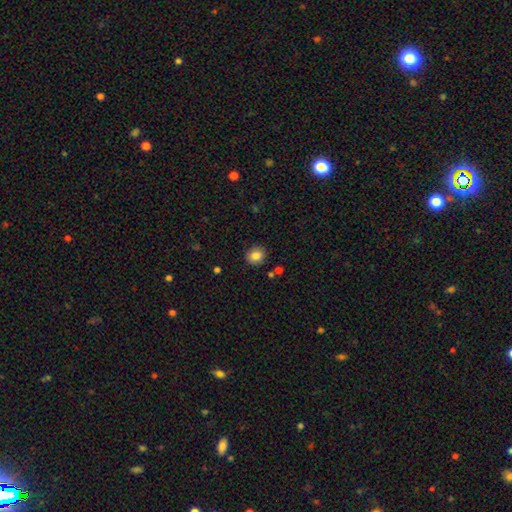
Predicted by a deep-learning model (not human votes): Overall: smooth (84%). How rounded: round (82%). Merging: none (88%).